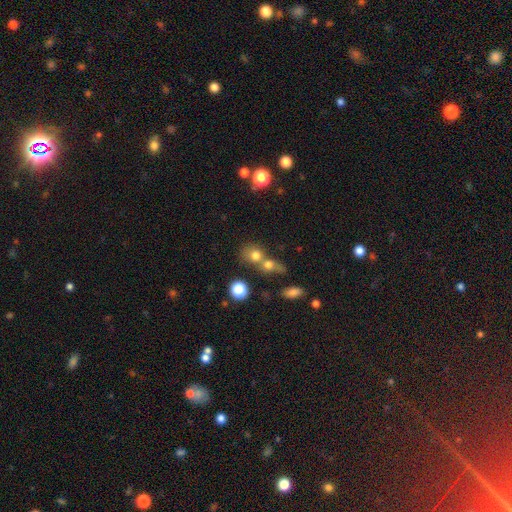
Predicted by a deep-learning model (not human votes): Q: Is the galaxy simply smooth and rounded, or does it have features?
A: smooth — 72%.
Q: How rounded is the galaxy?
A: round — 72%.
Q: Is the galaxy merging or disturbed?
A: merger — 57%.